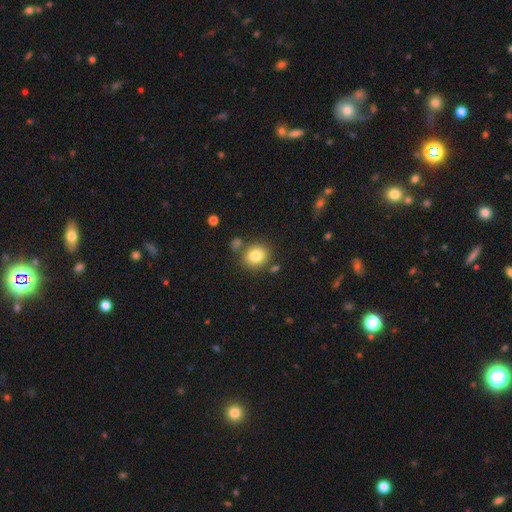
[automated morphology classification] type=smooth (82%); roundness=round (78%); merging=none (77%).